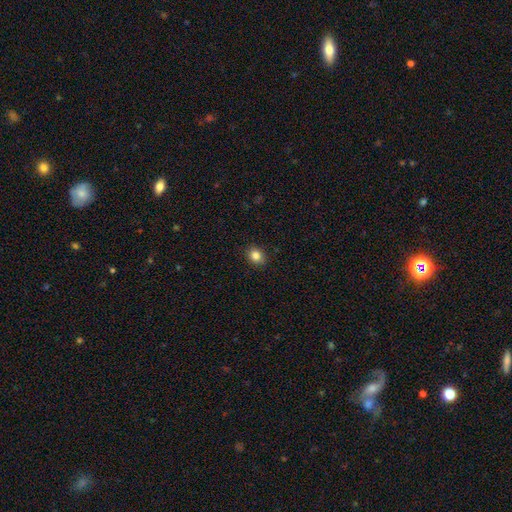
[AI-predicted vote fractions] Smooth or featured: smooth — 84% (star or artifact — 11%)
How rounded: round — 65% (in between — 34%)
Merging: none — 90% (minor disturbance — 7%)